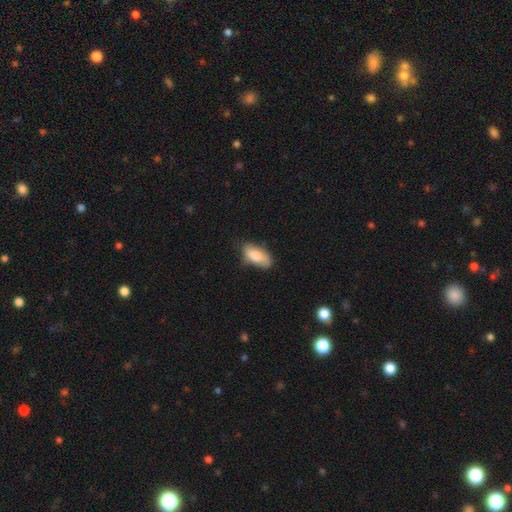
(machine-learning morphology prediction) Q: Smooth or featured?
A: smooth (79%); runner-up: featured or disk (14%)
Q: How rounded?
A: in between (89%); runner-up: cigar-shaped (8%)
Q: Merging?
A: none (57%); runner-up: minor disturbance (32%)